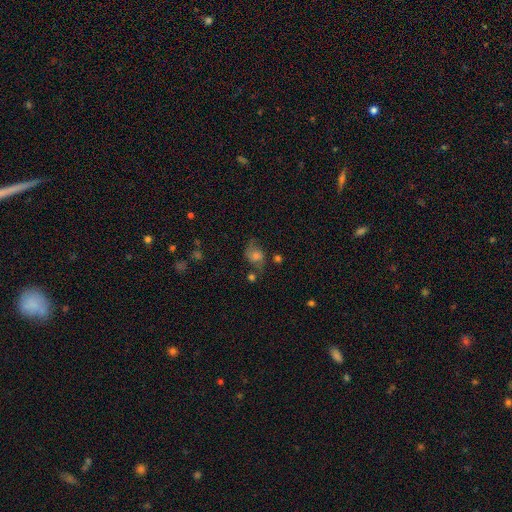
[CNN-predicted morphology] A featured or disk galaxy (46%).

Vote fractions:
- Smooth or featured? featured or disk: 46% / smooth: 37% / star or artifact: 17%
- Merging? none: 56% / minor disturbance: 23% / major disturbance: 15% / merger: 7%